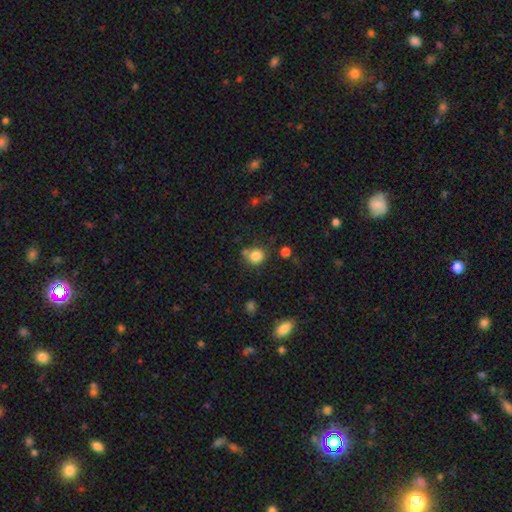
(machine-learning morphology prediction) A smooth galaxy with no disk features (83%) that is round (78%).

Vote fractions:
- Smooth or featured? smooth: 83% / star or artifact: 11% / featured or disk: 6%
- How rounded? round: 78% / in between: 21% / cigar-shaped: 1%
- Merging? none: 64% / minor disturbance: 19% / merger: 12% / major disturbance: 6%